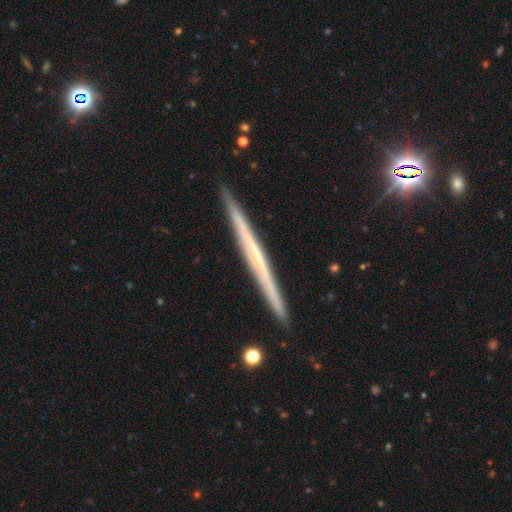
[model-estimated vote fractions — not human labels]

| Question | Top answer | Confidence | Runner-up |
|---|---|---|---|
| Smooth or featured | featured or disk | 63% | smooth (29%) |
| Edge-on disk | yes | 98% | no (2%) |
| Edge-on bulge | none | 86% | rounded (10%) |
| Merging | none | 91% | minor disturbance (6%) |